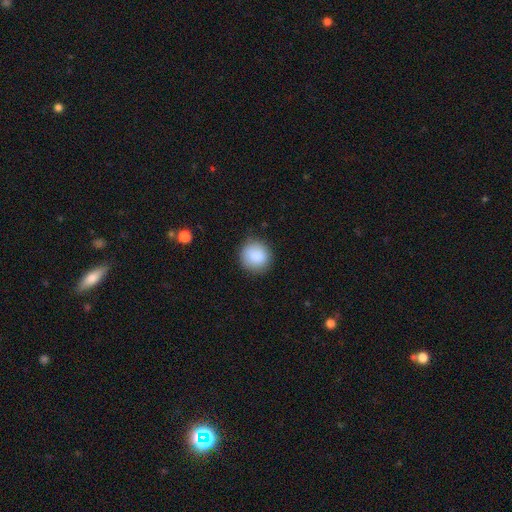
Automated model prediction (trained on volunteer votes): smooth_or_featured: smooth (p=0.88) [alt: star or artifact p=0.07]
how_rounded: round (p=0.91) [alt: in between p=0.08]
merging: none (p=0.85) [alt: minor disturbance p=0.11]